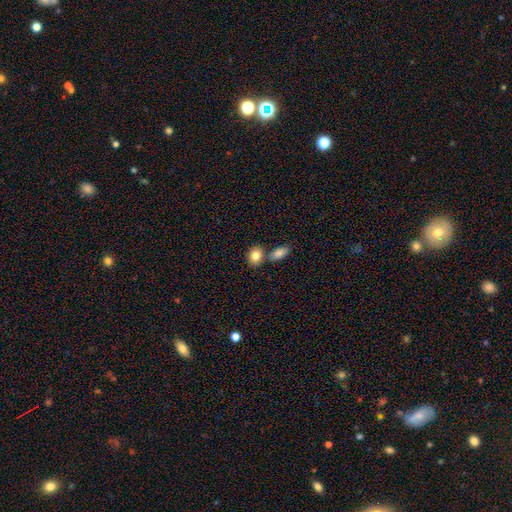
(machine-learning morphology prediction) Smooth or featured? Predicted: smooth (p=0.83). How rounded? Predicted: in between (p=0.62). Merging? Predicted: none (p=0.59).